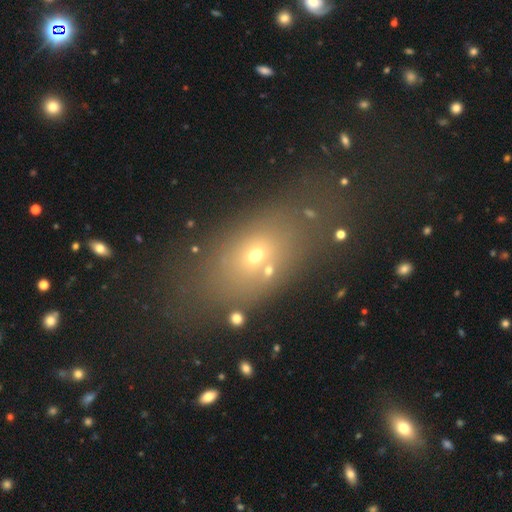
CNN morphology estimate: smooth-or-featured: smooth: 56% | star or artifact: 25% | featured or disk: 19%
  how-rounded: in between: 72% | round: 22% | cigar-shaped: 6%
  merging: none: 70% | minor disturbance: 13% | merger: 9% | major disturbance: 8%